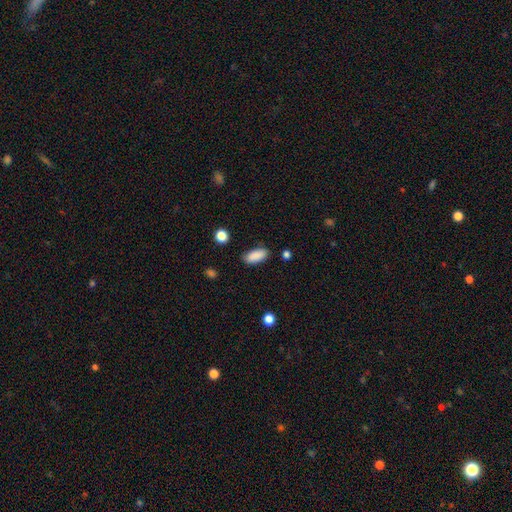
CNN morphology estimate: smooth_or_featured: smooth (p=0.89) [alt: star or artifact p=0.07]
how_rounded: in between (p=0.88) [alt: cigar-shaped p=0.09]
merging: none (p=0.83) [alt: minor disturbance p=0.12]